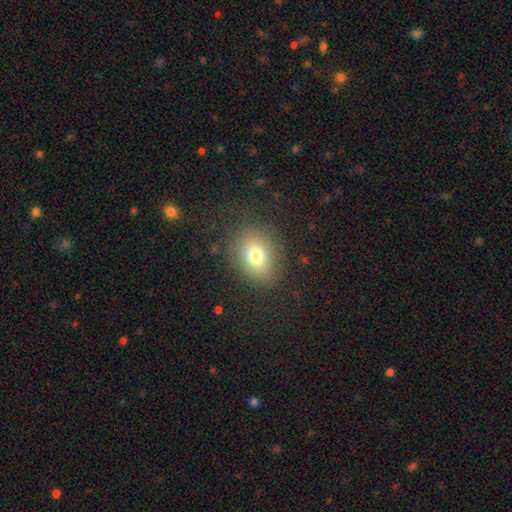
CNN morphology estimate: Q: Smooth or featured?
A: smooth (76%); runner-up: star or artifact (13%)
Q: How rounded?
A: in between (51%); runner-up: round (48%)
Q: Merging?
A: none (82%); runner-up: minor disturbance (11%)